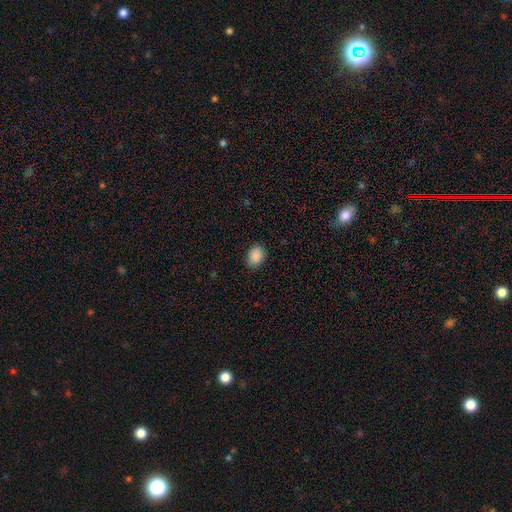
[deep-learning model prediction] Morphology: type=smooth (89%); roundness=in between (73%); merging=none (84%).